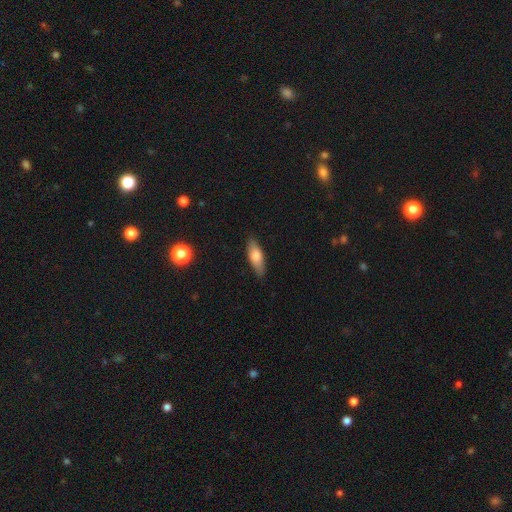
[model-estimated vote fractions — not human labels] Smooth or featured: smooth — 72% (featured or disk — 22%)
How rounded: in between — 62% (cigar-shaped — 35%)
Merging: none — 84% (minor disturbance — 12%)